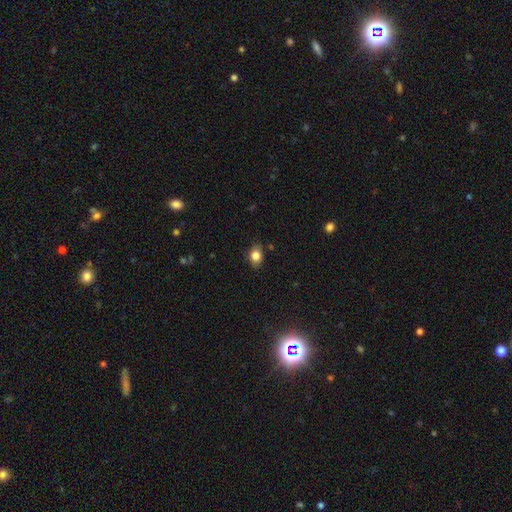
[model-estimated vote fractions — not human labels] Morphology: type=smooth (82%); roundness=in between (68%); merging=none (80%).